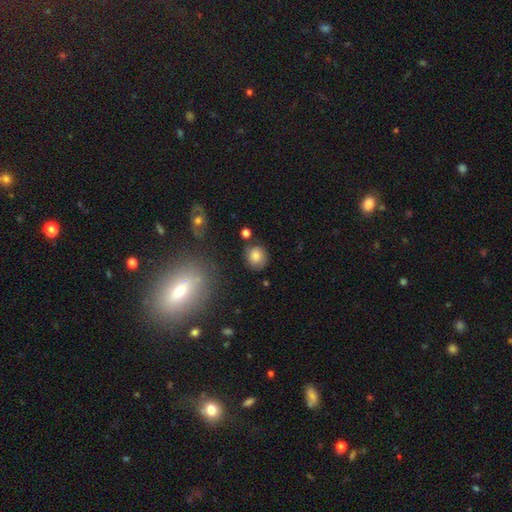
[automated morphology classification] A smooth galaxy with no disk features (80%) that is round (78%). Merging: none (77%).